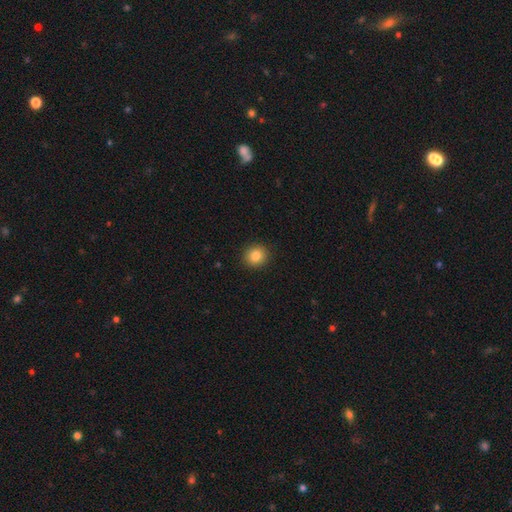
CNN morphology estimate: smooth_or_featured: smooth (p=0.84) [alt: star or artifact p=0.10]
how_rounded: round (p=0.86) [alt: in between p=0.14]
merging: none (p=0.91) [alt: minor disturbance p=0.06]